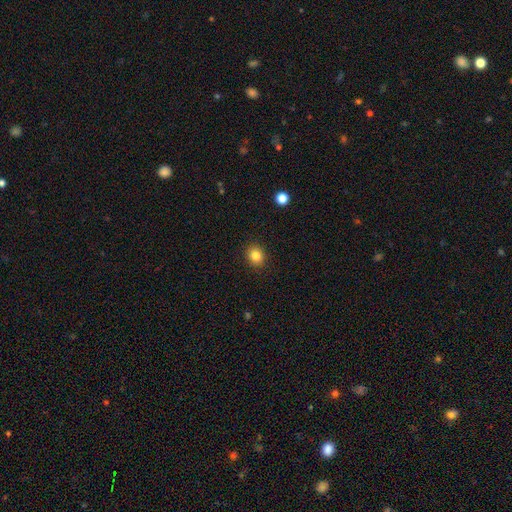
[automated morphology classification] Overall: smooth (84%). How rounded: round (70%). Merging: none (91%).